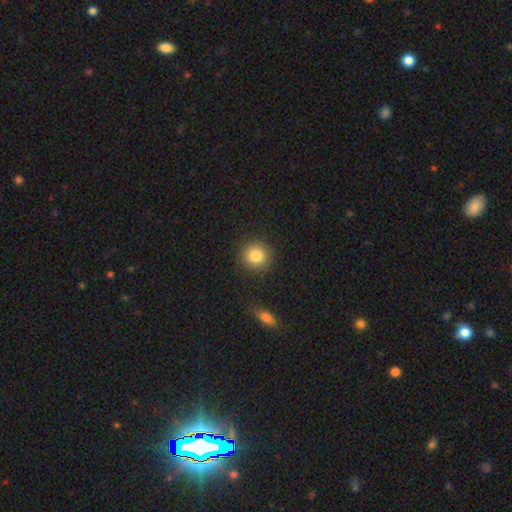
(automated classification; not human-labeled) This appears to be a smooth galaxy with no disk features (85%) that is round (90%). Merging: none (88%).